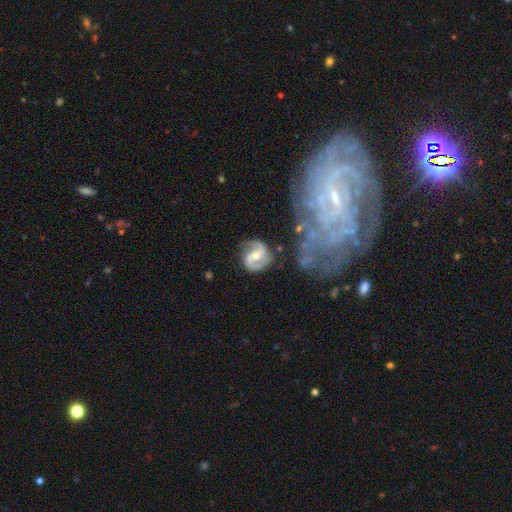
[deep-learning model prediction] A featured or disk galaxy (79%) with a weak bar (43%), 2 (87%) medium (47%) spiral arms (92%) and a moderate central bulge (60%). Merging: none (70%).